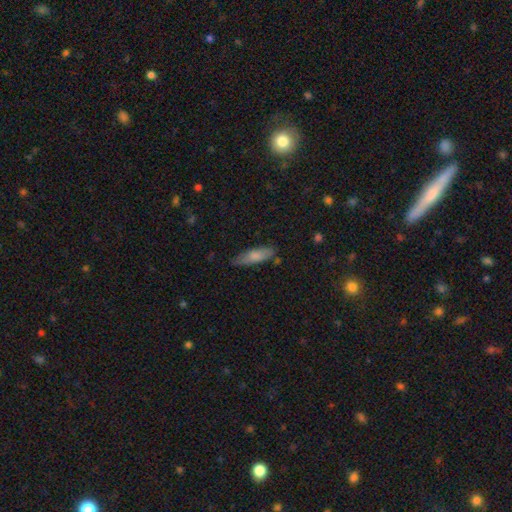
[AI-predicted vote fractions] Smooth or featured? Predicted: smooth (p=0.75). How rounded? Predicted: cigar-shaped (p=0.52). Merging? Predicted: none (p=0.73).